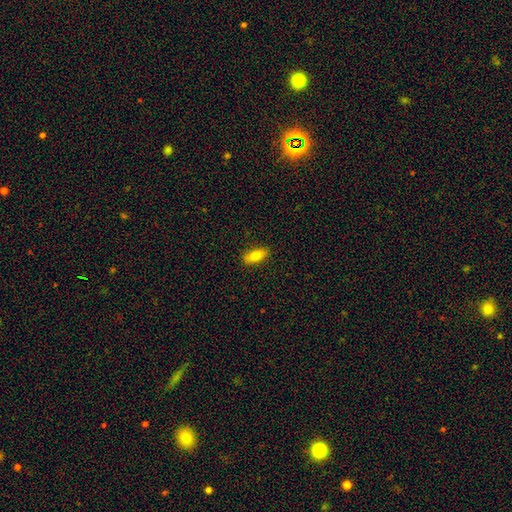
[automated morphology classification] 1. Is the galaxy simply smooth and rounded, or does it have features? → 76% smooth, 17% featured or disk, 7% star or artifact.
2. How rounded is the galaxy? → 76% in between, 21% cigar-shaped, 3% round.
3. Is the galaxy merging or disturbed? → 88% none, 9% minor disturbance, 2% major disturbance, 1% merger.